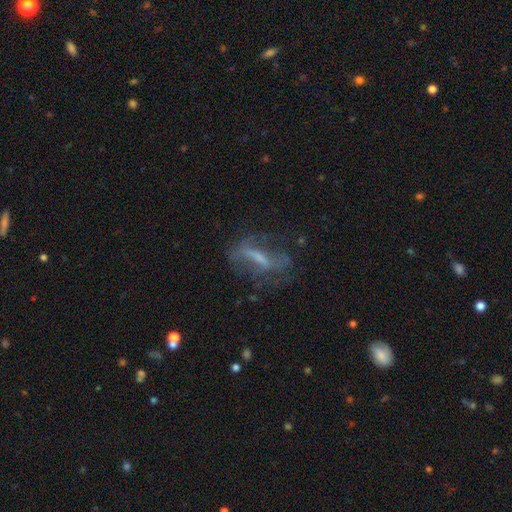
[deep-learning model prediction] Smooth or featured? Predicted: featured or disk (p=0.62). Edge-on disk? Predicted: no (p=0.74). Merging? Predicted: none (p=0.59).